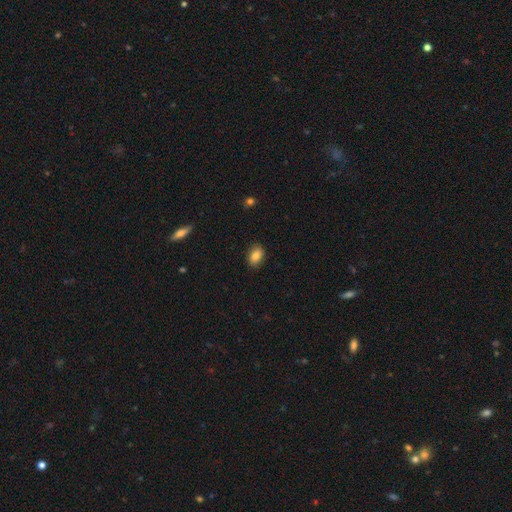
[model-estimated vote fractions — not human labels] smooth 84%, star or artifact 9%, featured or disk 7%. Down the decision tree: how rounded — in between (82%); merging — none (87%).